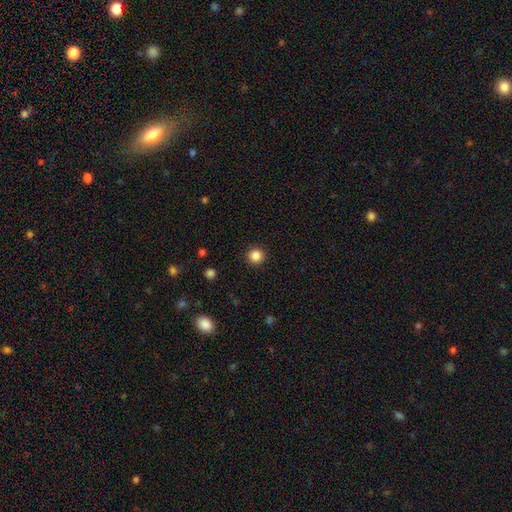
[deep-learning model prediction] This is clearly a smooth galaxy (86%). How rounded: clearly round (95%). Merging: clearly none (93%).